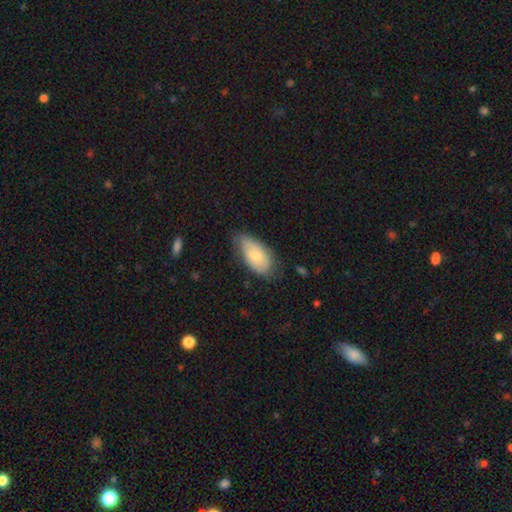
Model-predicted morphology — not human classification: Overall: smooth (69%). How rounded: in between (93%). Merging: none (55%; minor disturbance 34%).